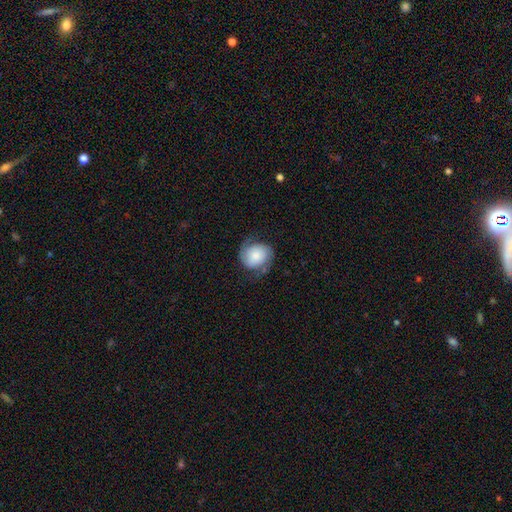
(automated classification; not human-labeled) Q: Smooth or featured?
A: featured or disk (52%); runner-up: smooth (40%)
Q: Edge-on disk?
A: no (98%); runner-up: yes (2%)
Q: Bar?
A: no (76%); runner-up: weak (20%)
Q: Spiral arms?
A: yes (90%); runner-up: no (10%)
Q: Bulge size?
A: small (33%); runner-up: moderate (27%)
Q: Merging?
A: none (65%); runner-up: minor disturbance (22%)